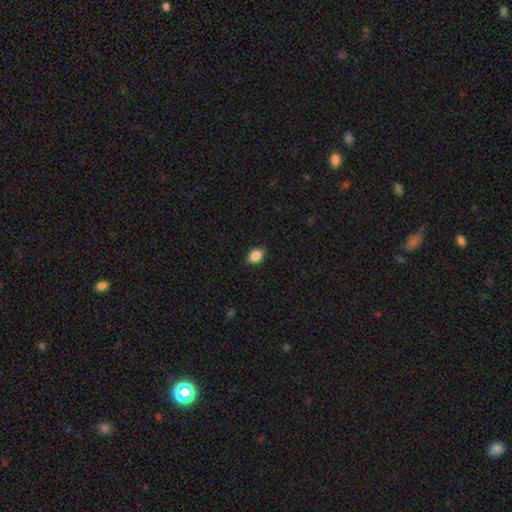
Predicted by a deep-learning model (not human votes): Overall: smooth (87%). How rounded: in between (85%). Merging: none (87%).